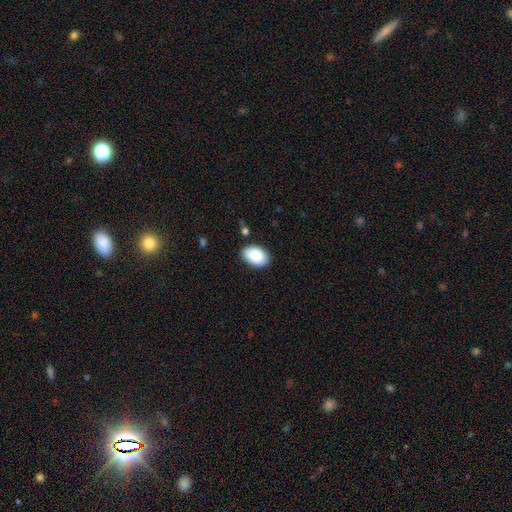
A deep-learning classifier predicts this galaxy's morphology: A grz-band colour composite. It shows a smooth galaxy with no disk features (88%) that is in between round and cigar-shaped (89%). Merging: none (86%).